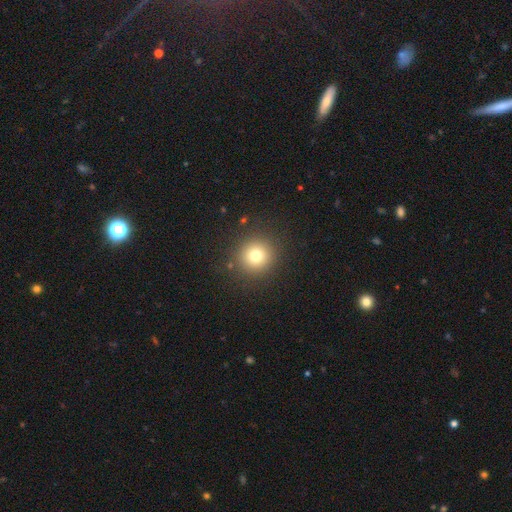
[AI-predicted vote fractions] Smooth or featured?
  - smooth: 76% *
  - star or artifact: 15%
  - featured or disk: 10%
How rounded?
  - round: 94% *
  - in between: 5%
  - cigar-shaped: 1%
Merging?
  - none: 90% *
  - minor disturbance: 6%
  - major disturbance: 3%
  - merger: 1%